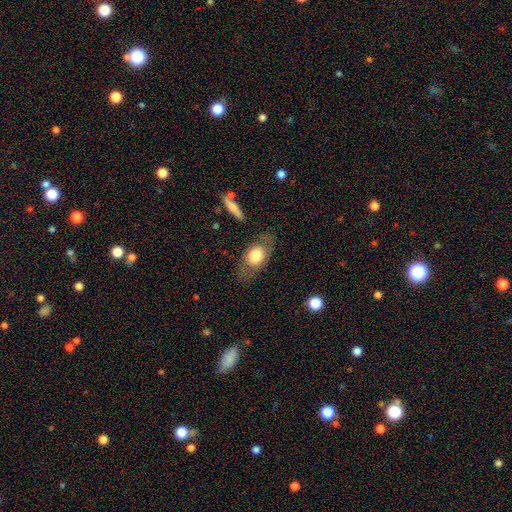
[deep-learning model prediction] This appears to be a smooth galaxy with no disk features (67%) that is in between round and cigar-shaped (77%). Merging: none (73%).